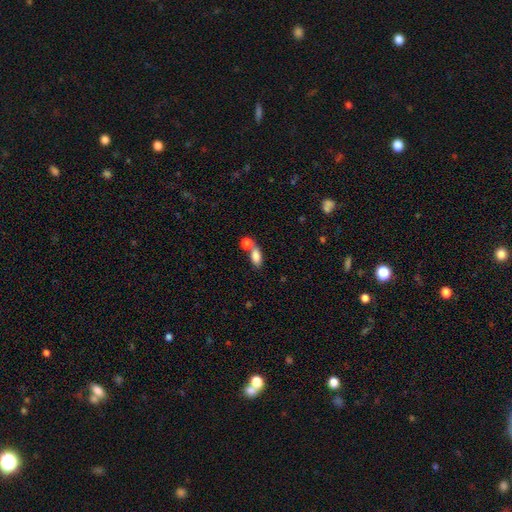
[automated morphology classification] Overall: smooth (84%). How rounded: in between (86%). Merging: none (48%; merger 36%).